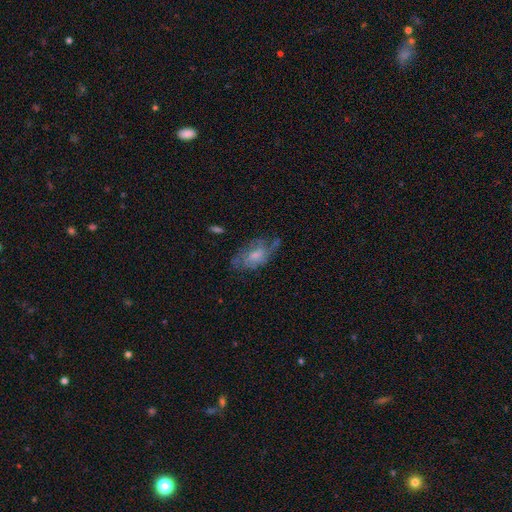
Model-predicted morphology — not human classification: Smooth or featured? Predicted: featured or disk (p=0.56). Edge-on disk? Predicted: no (p=0.94). Bar? Predicted: no (p=0.56). Spiral arms? Predicted: yes (p=0.70). Bulge size? Predicted: small (p=0.41). Merging? Predicted: none (p=0.47).